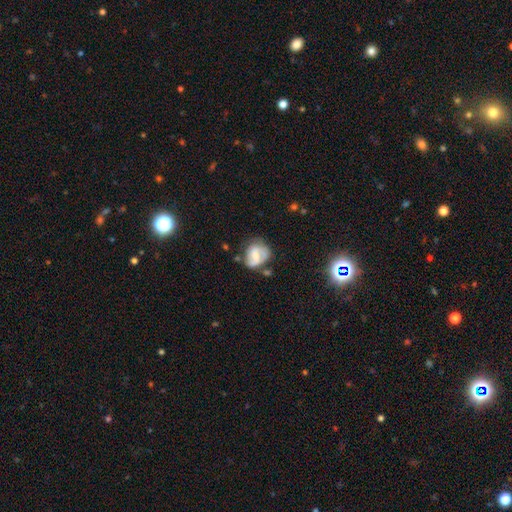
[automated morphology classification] type=featured or disk (56%); edge-on=no (97%); bar=no (43%); spiral arms=yes (74%); bulge=small (40%); merging=none (47%).